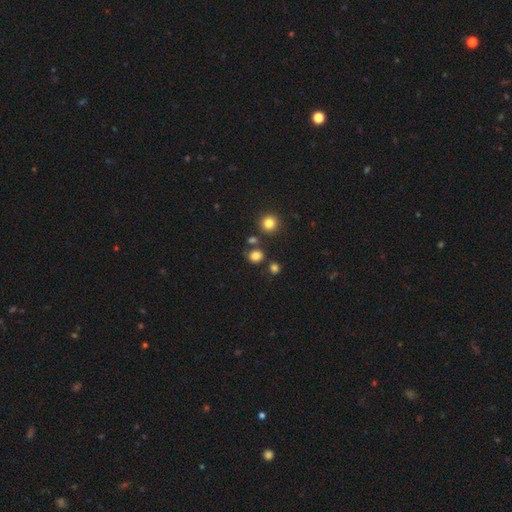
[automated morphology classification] smooth-or-featured: smooth: 81% | star or artifact: 15% | featured or disk: 4%
  how-rounded: round: 76% | in between: 23% | cigar-shaped: 1%
  merging: none: 77% | merger: 10% | minor disturbance: 10% | major disturbance: 3%